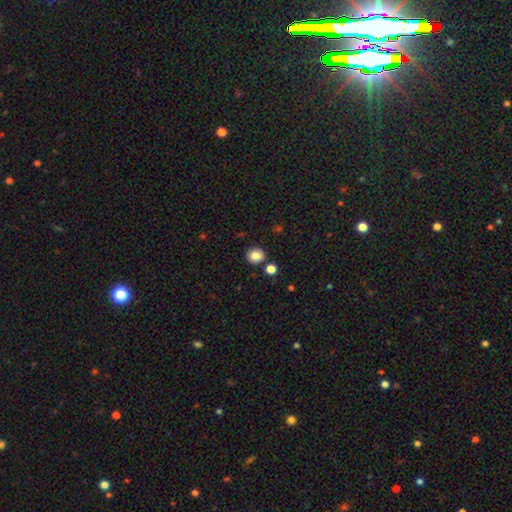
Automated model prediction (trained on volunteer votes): Morphology: type=smooth (84%); roundness=round (78%); merging=none (84%).